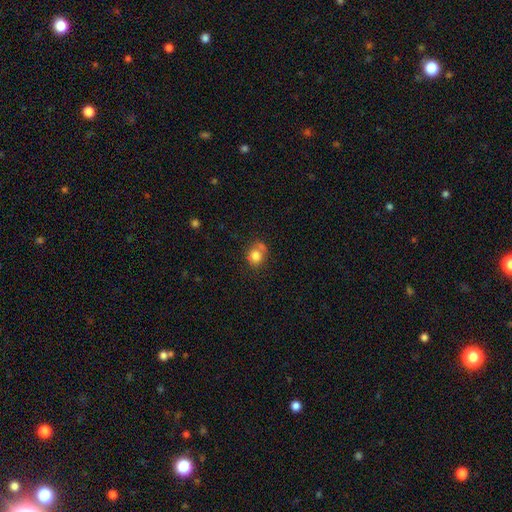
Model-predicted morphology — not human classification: Overall: smooth (79%). How rounded: round (73%). Merging: none (52%; merger 24%).